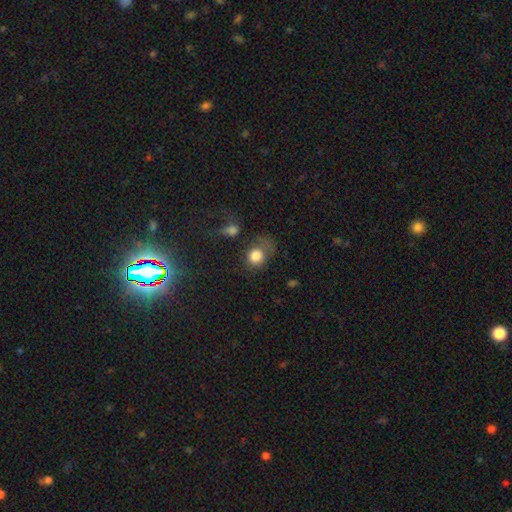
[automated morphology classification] This is likely a smooth galaxy (79%). How rounded: likely round (68%). Merging: marginally none (38%).